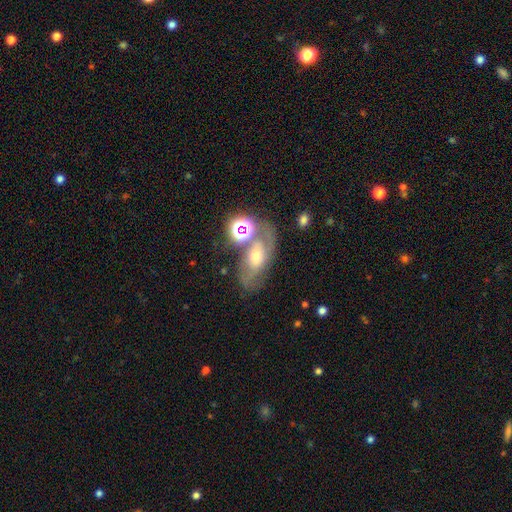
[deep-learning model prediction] Smooth or featured? featured or disk (52%)
Edge-on disk? no (89%)
Merging? none (52%)